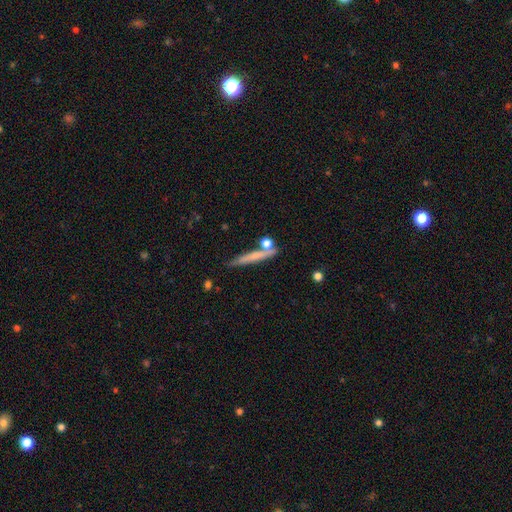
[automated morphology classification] Smooth or featured?
  - smooth: 59% *
  - featured or disk: 33%
  - star or artifact: 8%
How rounded?
  - cigar-shaped: 90% *
  - in between: 6%
  - round: 4%
Merging?
  - none: 71% *
  - minor disturbance: 14%
  - merger: 11%
  - major disturbance: 4%